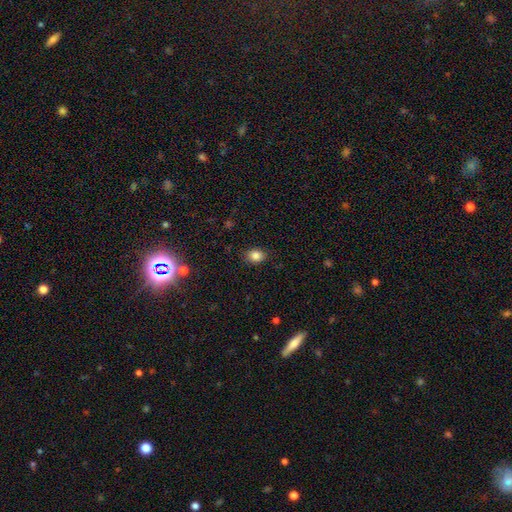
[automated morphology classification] Smooth or featured: smooth — 85% (star or artifact — 11%)
How rounded: in between — 54% (round — 45%)
Merging: none — 85% (minor disturbance — 11%)